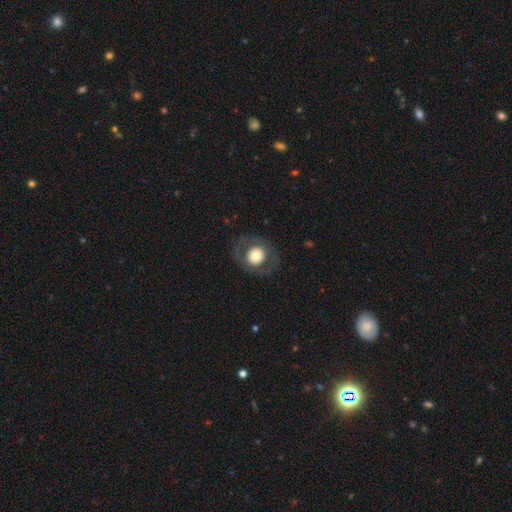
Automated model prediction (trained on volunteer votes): Smooth or featured?
  - smooth: 60% *
  - featured or disk: 33%
  - star or artifact: 8%
How rounded?
  - round: 85% *
  - in between: 14%
  - cigar-shaped: 1%
Merging?
  - none: 81% *
  - minor disturbance: 9%
  - major disturbance: 8%
  - merger: 1%